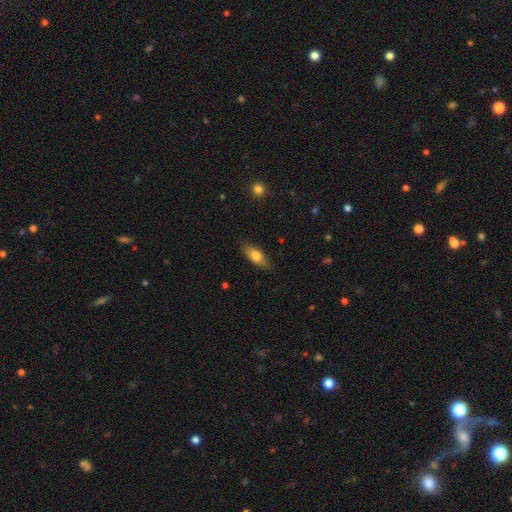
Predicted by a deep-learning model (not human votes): Overall: smooth (75%). How rounded: in between (78%). Merging: none (83%).